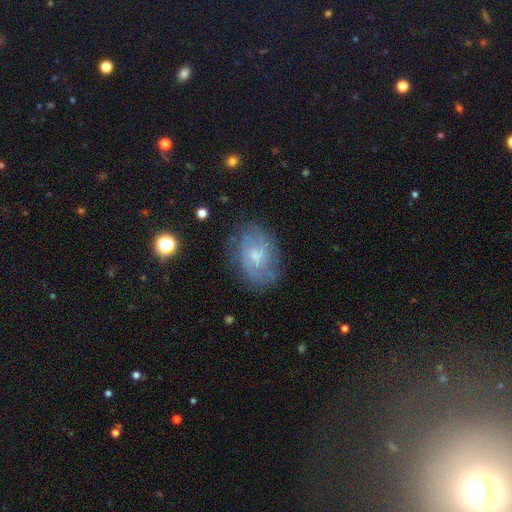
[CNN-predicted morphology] smooth_or_featured: featured or disk (p=0.56) [alt: smooth p=0.36]
disk_edge_on: no (p=0.96) [alt: yes p=0.04]
bar: no (p=0.70) [alt: weak p=0.26]
has_spiral_arms: yes (p=0.75) [alt: no p=0.25]
bulge_size: small (p=0.47) [alt: moderate p=0.41]
merging: none (p=0.71) [alt: minor disturbance p=0.20]